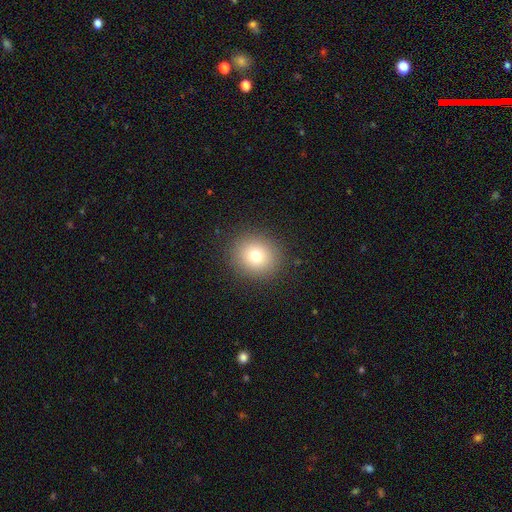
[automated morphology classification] The model was most divided on "smooth or featured": smooth: 76%, star or artifact: 14%, featured or disk: 11%. More confident: merging — none (89%); how rounded — round (83%).